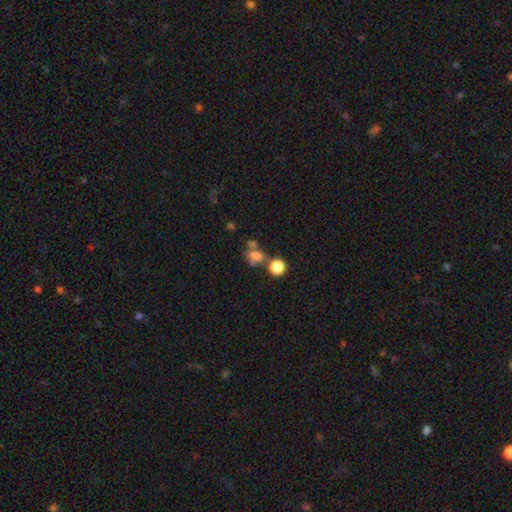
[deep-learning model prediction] smooth 67%, star or artifact 18%, featured or disk 15%. Down the decision tree: how rounded — in between (50%); merging — none (40%).